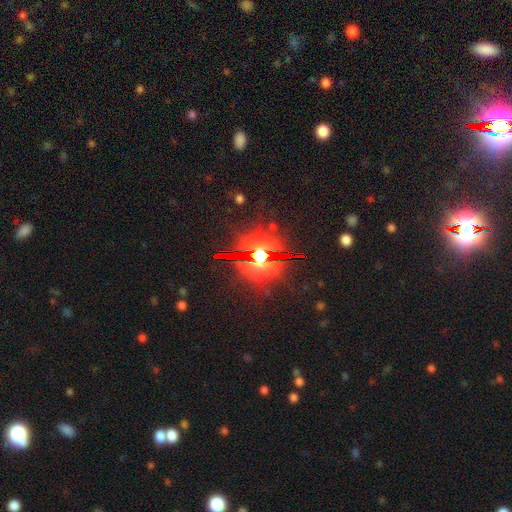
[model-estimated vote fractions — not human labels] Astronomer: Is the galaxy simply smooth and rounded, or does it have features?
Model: star or artifact — 81%.